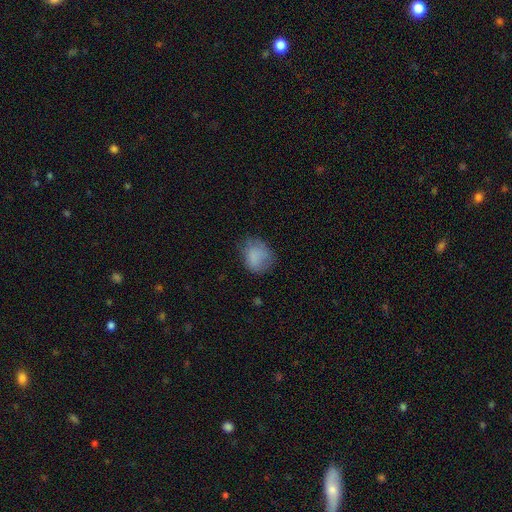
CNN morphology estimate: smooth 80%, featured or disk 11%, star or artifact 9%. Down the decision tree: how rounded — round (58%); merging — none (59%).